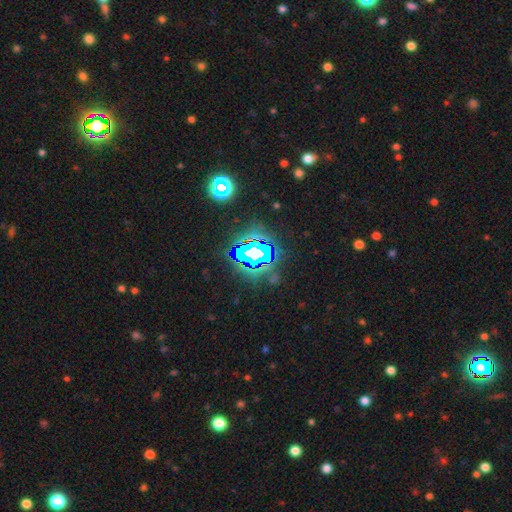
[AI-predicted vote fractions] Smooth or featured? star or artifact (71%)